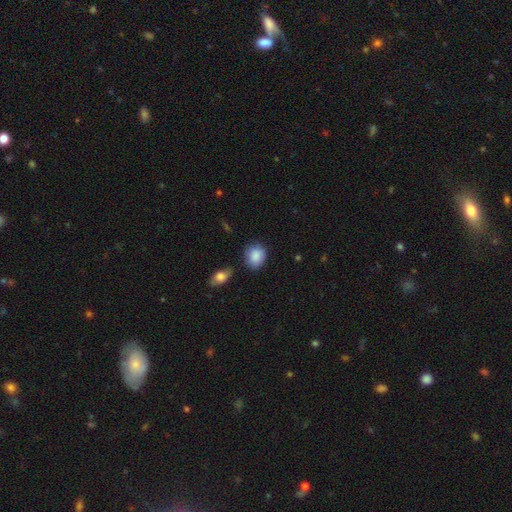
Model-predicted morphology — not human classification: smooth-or-featured: smooth: 88% | star or artifact: 7% | featured or disk: 5%
  how-rounded: round: 57% | in between: 42% | cigar-shaped: 1%
  merging: none: 73% | minor disturbance: 19% | merger: 4% | major disturbance: 4%